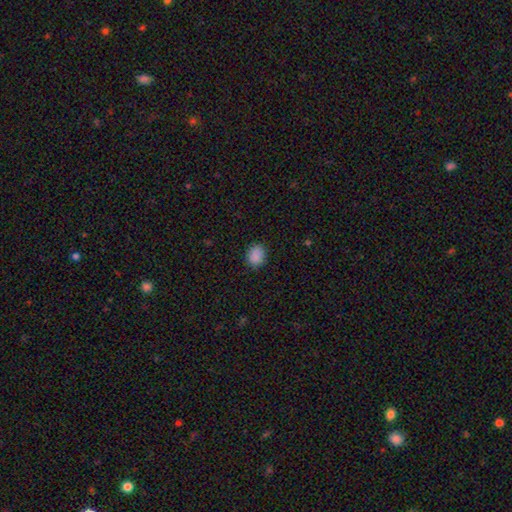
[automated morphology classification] Q: Smooth or featured?
A: smooth (88%); runner-up: star or artifact (9%)
Q: How rounded?
A: round (54%); runner-up: in between (46%)
Q: Merging?
A: none (86%); runner-up: minor disturbance (11%)